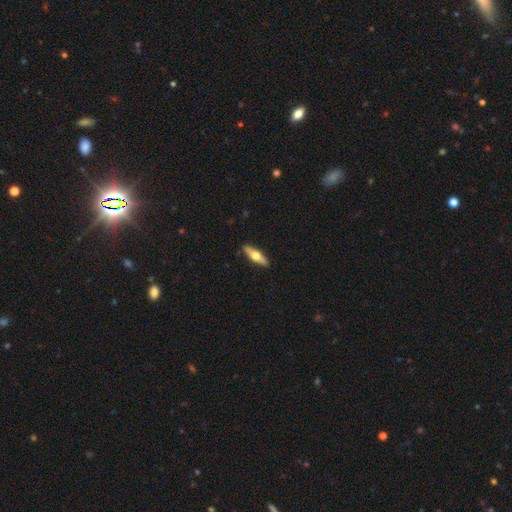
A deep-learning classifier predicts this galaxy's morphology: smooth_or_featured: featured or disk (p=0.55) [alt: smooth p=0.40]
disk_edge_on: yes (p=0.92) [alt: no p=0.08]
edge_on_bulge: rounded (p=0.95) [alt: boxy p=0.03]
merging: none (p=0.90) [alt: minor disturbance p=0.08]